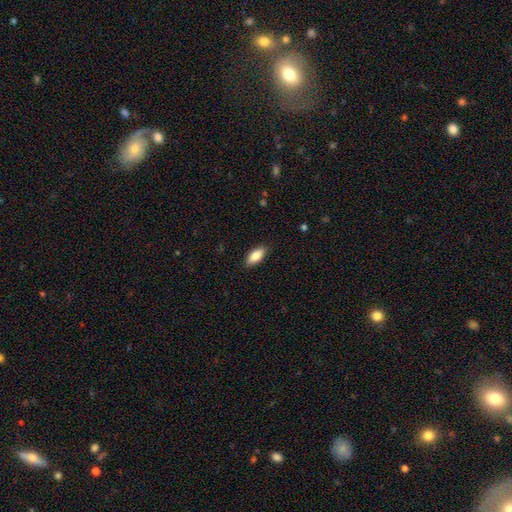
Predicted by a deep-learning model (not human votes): smooth-or-featured: smooth: 83% | featured or disk: 11% | star or artifact: 7%
  how-rounded: in between: 84% | cigar-shaped: 14% | round: 2%
  merging: none: 87% | minor disturbance: 10% | major disturbance: 2% | merger: 1%